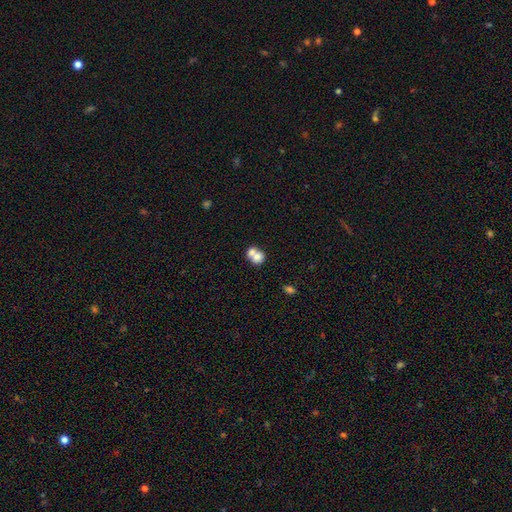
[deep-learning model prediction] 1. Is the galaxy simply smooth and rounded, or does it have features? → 72% smooth, 19% featured or disk, 9% star or artifact.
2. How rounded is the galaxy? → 65% round, 34% in between, 1% cigar-shaped.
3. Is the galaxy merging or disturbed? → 66% merger, 25% none, 6% minor disturbance, 4% major disturbance.